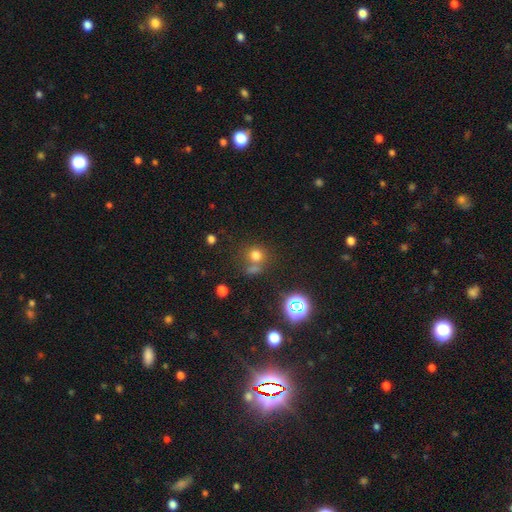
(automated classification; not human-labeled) A smooth galaxy with no disk features (70%) that is round (86%).

Vote fractions:
- Smooth or featured? smooth: 70% / star or artifact: 22% / featured or disk: 8%
- How rounded? round: 86% / in between: 13% / cigar-shaped: 1%
- Merging? none: 59% / merger: 26% / minor disturbance: 10% / major disturbance: 6%